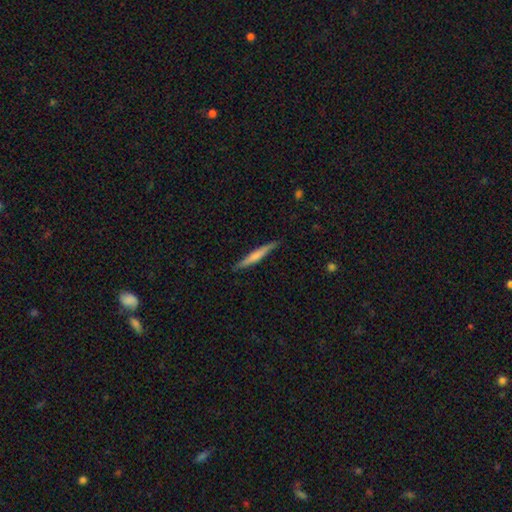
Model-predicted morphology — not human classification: The model was most divided on "smooth or featured": smooth: 56%, featured or disk: 39%, star or artifact: 5%. More confident: how rounded — cigar-shaped (95%); merging — none (87%).